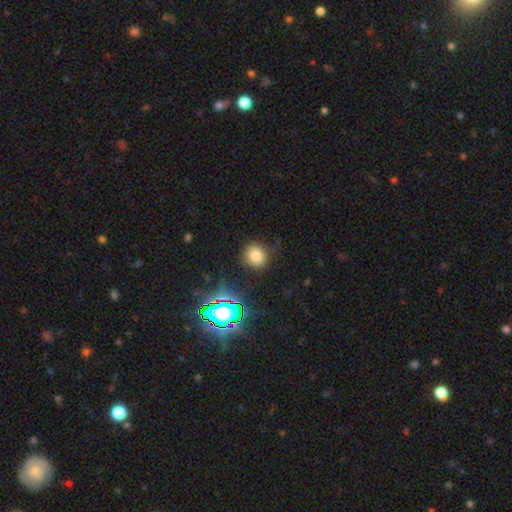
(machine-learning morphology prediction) This appears to be a smooth galaxy with no disk features (75%) that is round (81%). Merging: none (84%).